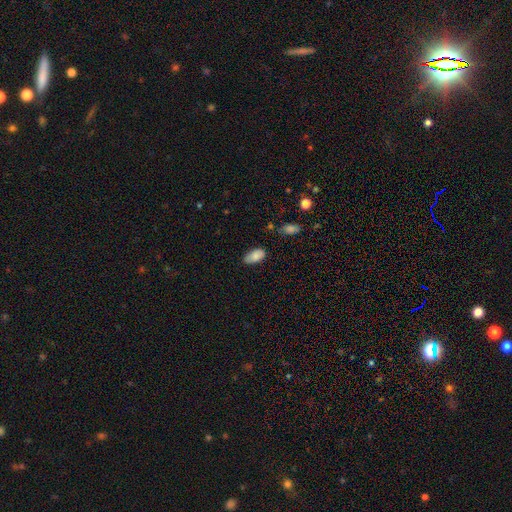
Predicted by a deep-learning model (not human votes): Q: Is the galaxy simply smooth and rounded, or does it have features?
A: smooth — 85%.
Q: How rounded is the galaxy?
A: in between — 94%.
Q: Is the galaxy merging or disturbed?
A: none — 76%.